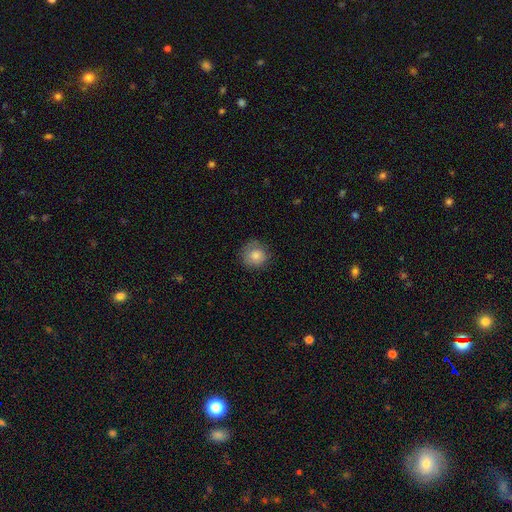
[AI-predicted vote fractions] Smooth or featured? Predicted: smooth (p=0.81). How rounded? Predicted: round (p=0.89). Merging? Predicted: none (p=0.75).